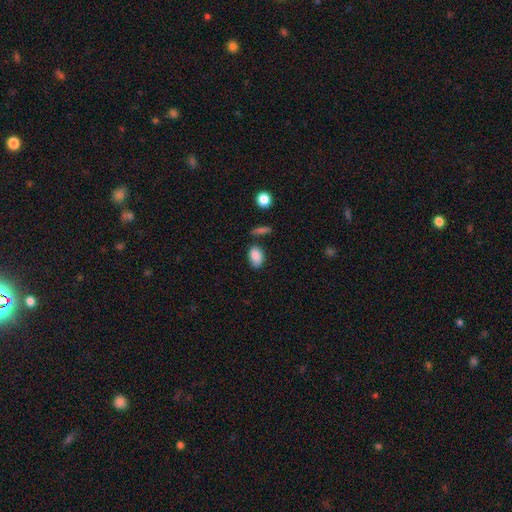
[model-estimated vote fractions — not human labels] smooth-or-featured: smooth: 87% | star or artifact: 8% | featured or disk: 5%
  how-rounded: in between: 86% | round: 13% | cigar-shaped: 2%
  merging: none: 71% | minor disturbance: 19% | merger: 6% | major disturbance: 4%